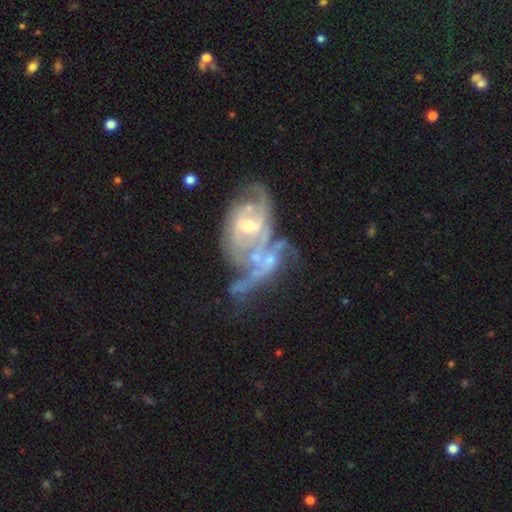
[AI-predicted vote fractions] smooth-or-featured: featured or disk: 81% | smooth: 10% | star or artifact: 8%
  disk-edge-on: no: 97% | yes: 3%
    bar: no: 51% | weak: 36% | strong: 13%
    has-spiral-arms: yes: 81% | no: 19%
      spiral-winding: medium: 41% | tight: 32% | loose: 27%
      spiral-arm-count: can't tell: 32% | 2: 29% | 3: 20% | 4: 8% | 1: 6% | more than 4: 5%
    bulge-size: small: 54% | moderate: 38% | none: 5% | large: 3% | dominant: 1%
  merging: merger: 40% | major disturbance: 27% | none: 20% | minor disturbance: 13%